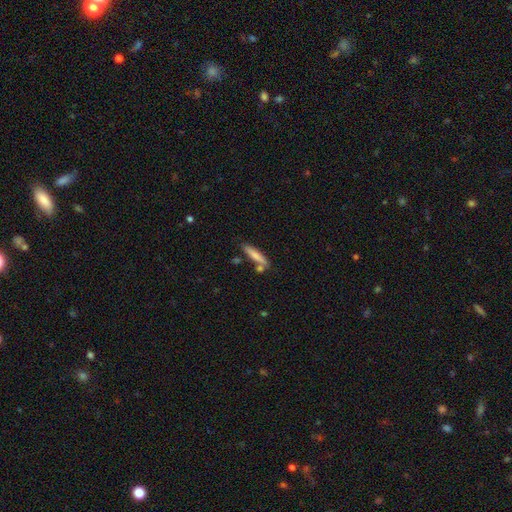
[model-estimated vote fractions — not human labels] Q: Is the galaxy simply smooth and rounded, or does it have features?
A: smooth — 74%.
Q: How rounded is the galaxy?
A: cigar-shaped — 85%.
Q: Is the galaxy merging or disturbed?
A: none — 71%.